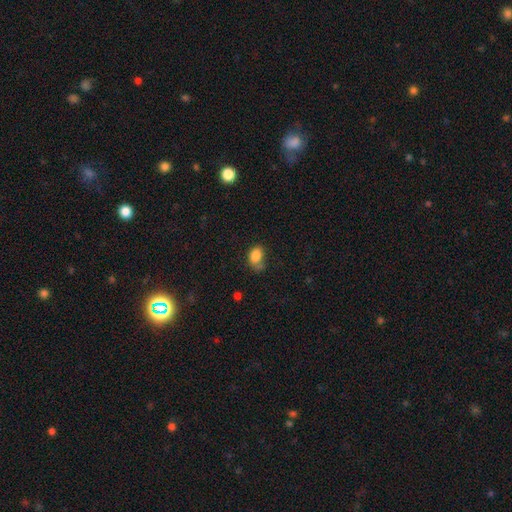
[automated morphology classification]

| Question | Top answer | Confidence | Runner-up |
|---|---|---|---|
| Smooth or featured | smooth | 84% | star or artifact (10%) |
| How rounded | in between | 72% | round (27%) |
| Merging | none | 46% | minor disturbance (31%) |